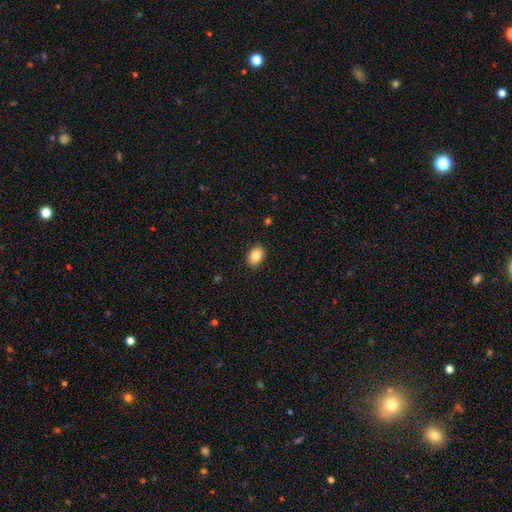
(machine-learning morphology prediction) type=smooth (85%); roundness=in between (75%); merging=none (90%).